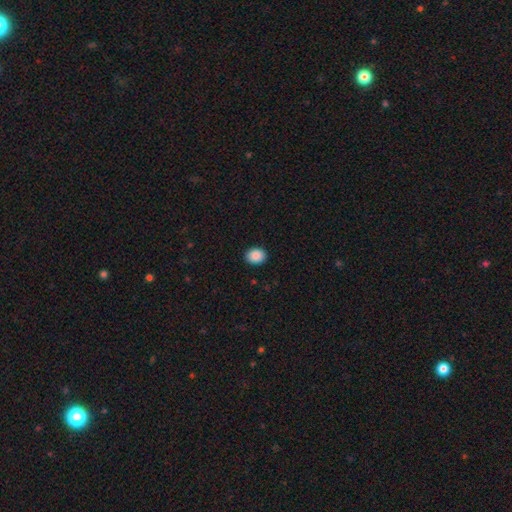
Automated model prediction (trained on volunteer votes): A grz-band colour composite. It shows a smooth galaxy with no disk features (89%) that is in between round and cigar-shaped (57%). Merging: none (90%).